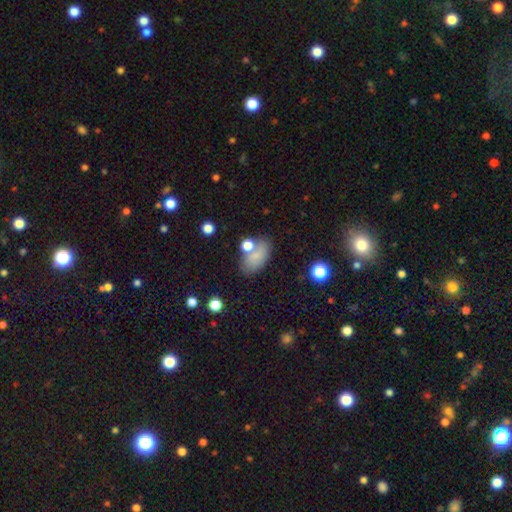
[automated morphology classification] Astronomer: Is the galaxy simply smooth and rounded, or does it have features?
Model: smooth — 74%.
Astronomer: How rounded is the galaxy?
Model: in between — 89%.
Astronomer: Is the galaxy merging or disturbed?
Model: none — 58%.